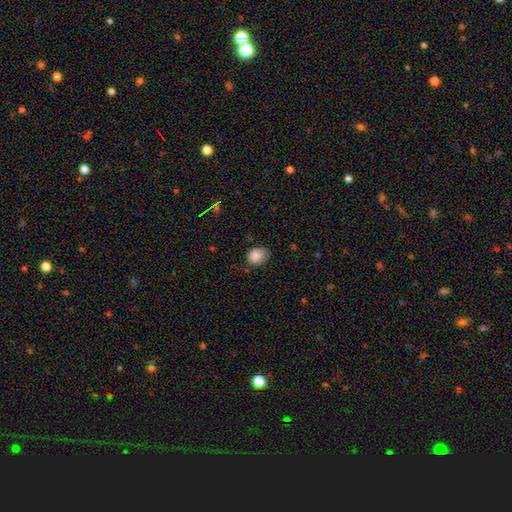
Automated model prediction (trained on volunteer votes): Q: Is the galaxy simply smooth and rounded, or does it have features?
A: smooth — 86%.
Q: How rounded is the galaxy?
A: round — 59%.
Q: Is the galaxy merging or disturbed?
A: none — 65%.